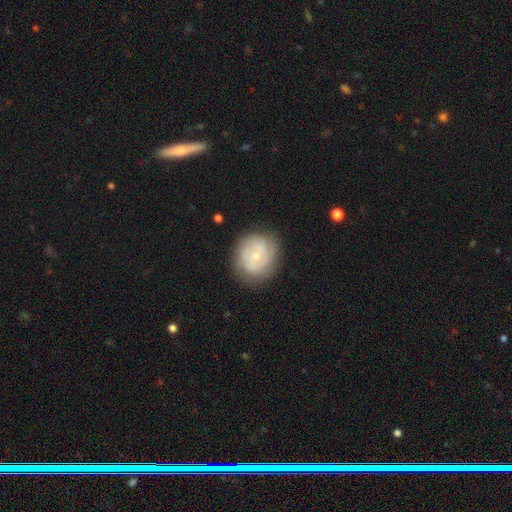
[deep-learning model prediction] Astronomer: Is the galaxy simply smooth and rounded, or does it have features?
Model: featured or disk — 63%.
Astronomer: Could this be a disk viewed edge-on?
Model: no — 98%.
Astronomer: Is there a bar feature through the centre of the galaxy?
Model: no — 65%.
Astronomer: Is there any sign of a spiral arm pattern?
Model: yes — 83%.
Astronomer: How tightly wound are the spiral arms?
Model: tight — 55% (runner-up: medium, 33%).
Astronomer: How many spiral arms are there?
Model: can't tell — 36% (runner-up: 2, 35%).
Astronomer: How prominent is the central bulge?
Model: small — 74%.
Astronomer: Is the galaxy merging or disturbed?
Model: none — 76%.